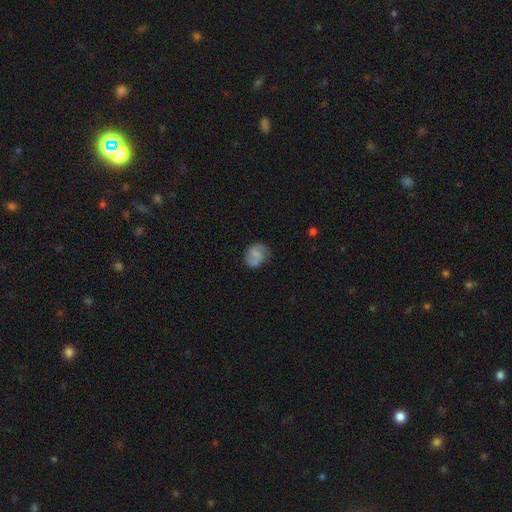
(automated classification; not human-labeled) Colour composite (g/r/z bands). It shows a smooth galaxy with no disk features (48%). Merging: none (65%).